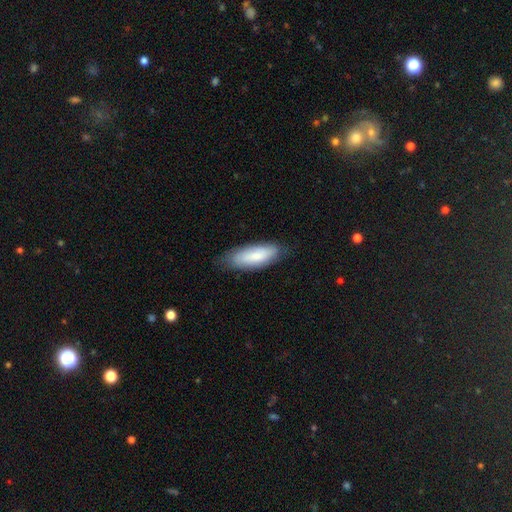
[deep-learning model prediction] A smooth galaxy with no disk features (77%) that is in between round and cigar-shaped (66%).

Vote fractions:
- Smooth or featured? smooth: 77% / featured or disk: 18% / star or artifact: 6%
- How rounded? in between: 66% / cigar-shaped: 33% / round: 2%
- Merging? none: 77% / minor disturbance: 18% / major disturbance: 4% / merger: 1%